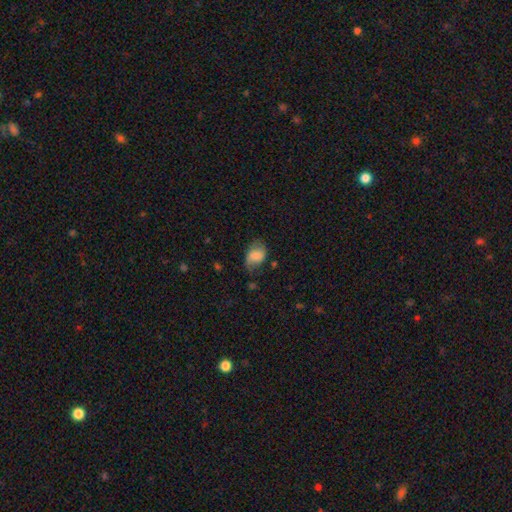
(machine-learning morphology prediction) This is likely a smooth galaxy (72%). How rounded: likely in between (78%). Merging: possibly none (54%).